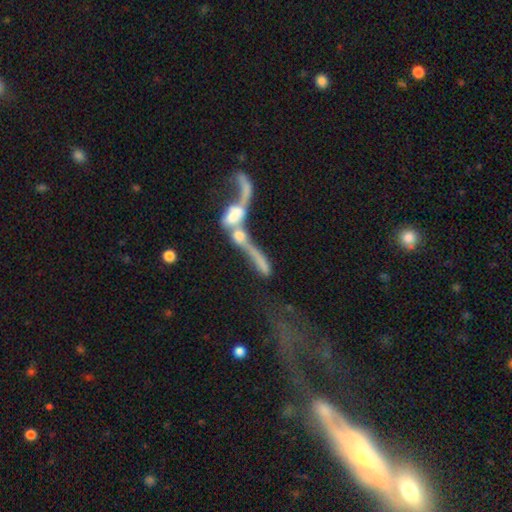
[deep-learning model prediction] featured or disk 63%, smooth 23%, star or artifact 14%. Down the decision tree: edge-on disk — no (67%); merging — merger (65%).